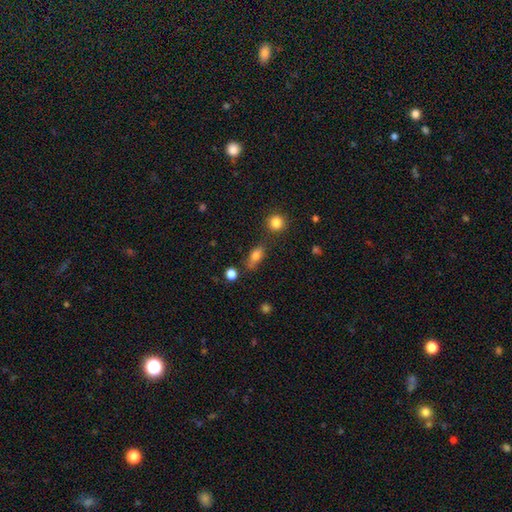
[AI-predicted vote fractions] Smooth or featured: smooth — 77% (featured or disk — 12%)
How rounded: in between — 76% (cigar-shaped — 12%)
Merging: none — 65% (minor disturbance — 19%)